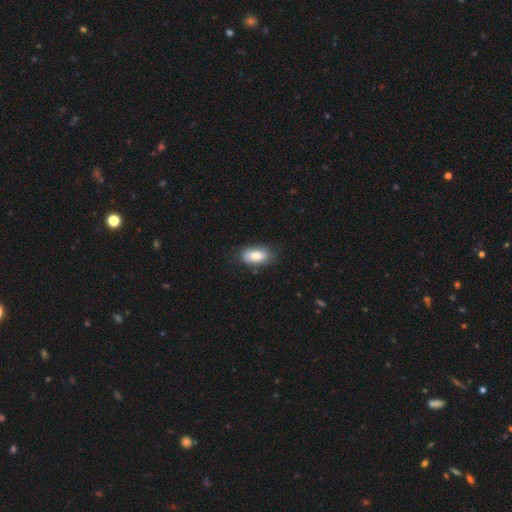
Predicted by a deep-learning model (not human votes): A smooth galaxy with no disk features (79%) that is in between round and cigar-shaped (92%). Merging: none (77%).